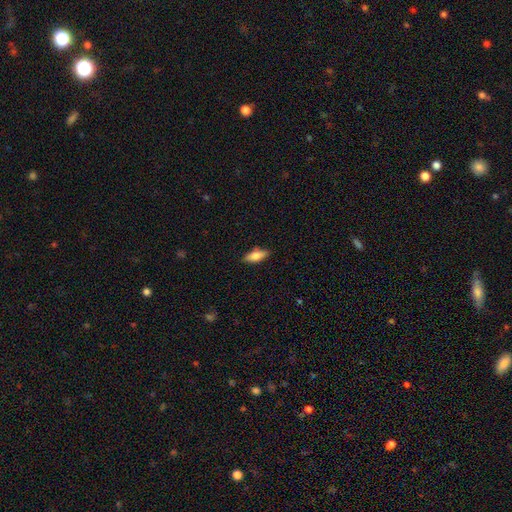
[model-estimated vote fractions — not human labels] Smooth or featured?
  - smooth: 76% *
  - featured or disk: 18%
  - star or artifact: 7%
How rounded?
  - in between: 69% *
  - cigar-shaped: 28%
  - round: 3%
Merging?
  - none: 85% *
  - minor disturbance: 11%
  - major disturbance: 2%
  - merger: 1%